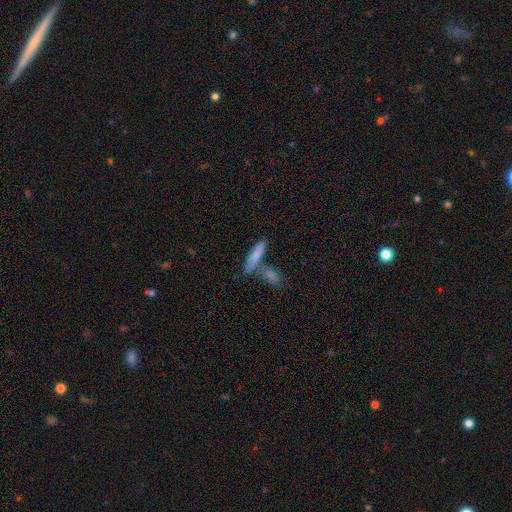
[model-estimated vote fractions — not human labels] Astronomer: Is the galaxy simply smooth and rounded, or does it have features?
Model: smooth — 78%.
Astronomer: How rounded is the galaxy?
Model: cigar-shaped — 73%.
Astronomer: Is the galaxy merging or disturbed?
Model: none — 55%.